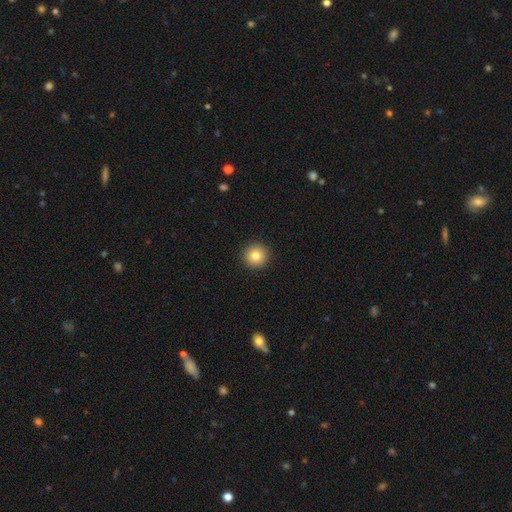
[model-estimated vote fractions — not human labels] smooth 82%, star or artifact 10%, featured or disk 8%. Down the decision tree: how rounded — round (95%); merging — none (93%).